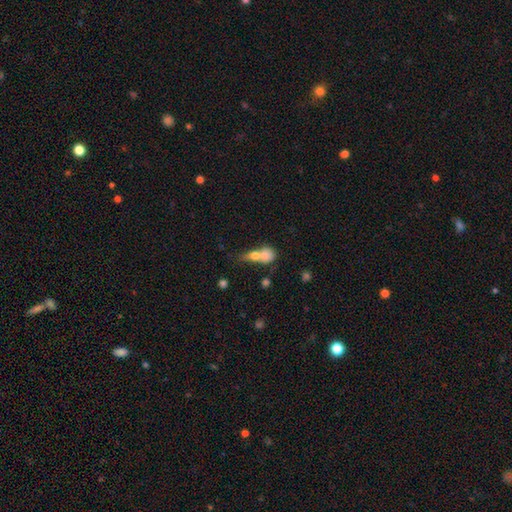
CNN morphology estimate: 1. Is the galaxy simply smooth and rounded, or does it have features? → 72% smooth, 19% featured or disk, 9% star or artifact.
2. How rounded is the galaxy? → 47% in between, 42% round, 10% cigar-shaped.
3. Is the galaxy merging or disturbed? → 63% merger, 21% none, 9% minor disturbance, 7% major disturbance.